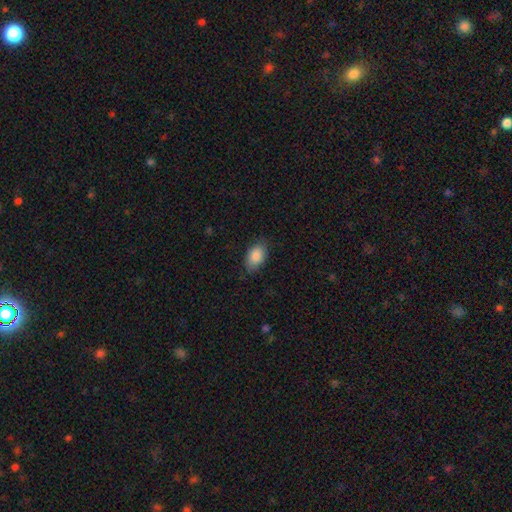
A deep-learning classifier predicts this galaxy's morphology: This appears to be a smooth galaxy with no disk features (88%) that is in between round and cigar-shaped (91%). Merging: none (82%).